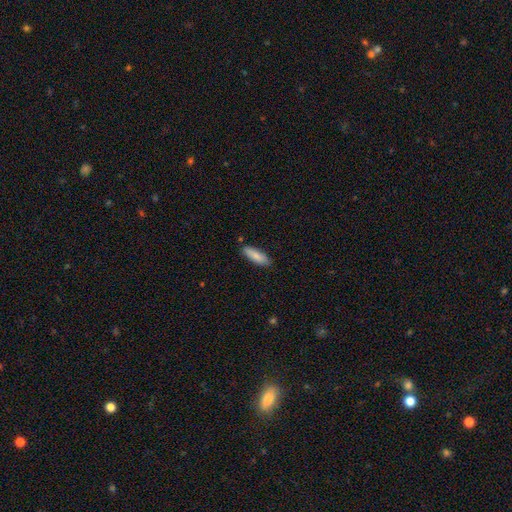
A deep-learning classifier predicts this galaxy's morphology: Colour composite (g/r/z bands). It shows a smooth galaxy with no disk features (84%) that is in between round and cigar-shaped (52%). Merging: none (84%).